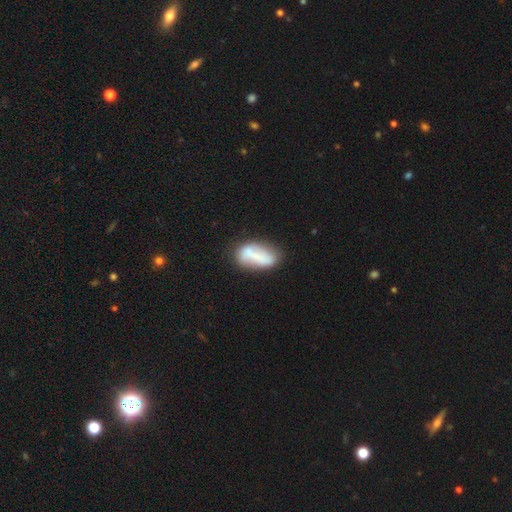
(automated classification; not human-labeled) This appears to be a smooth galaxy with no disk features (59%) that is in between round and cigar-shaped (83%). Merging: none (55%).